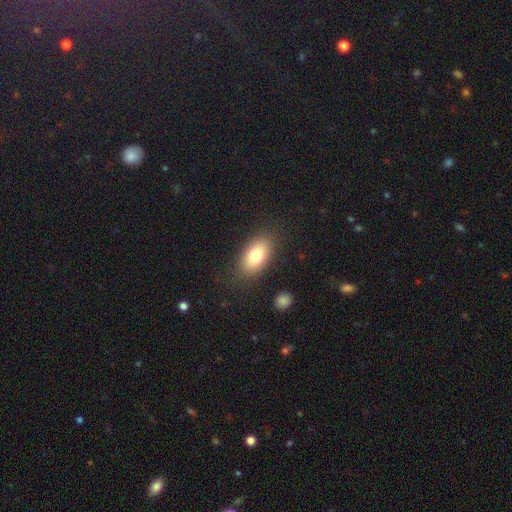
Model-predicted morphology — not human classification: smooth_or_featured: smooth (p=0.80) [alt: featured or disk p=0.12]
how_rounded: in between (p=0.92) [alt: round p=0.05]
merging: none (p=0.84) [alt: minor disturbance p=0.10]